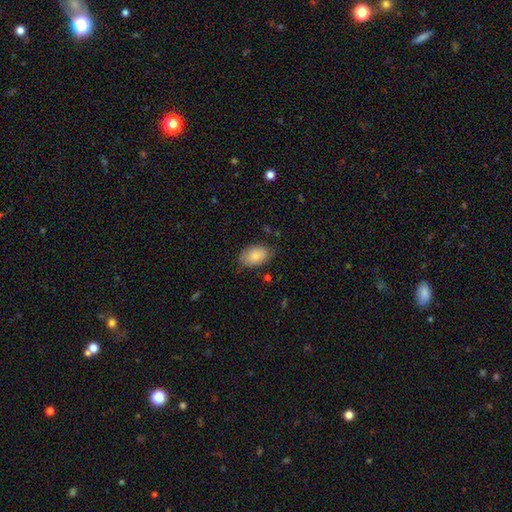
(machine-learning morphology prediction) smooth 82%, featured or disk 12%, star or artifact 7%. Down the decision tree: how rounded — in between (92%); merging — none (75%).